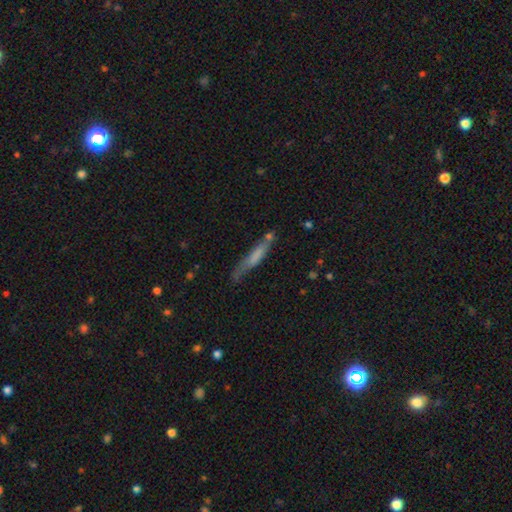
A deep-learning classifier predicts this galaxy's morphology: type=smooth (60%); roundness=cigar-shaped (91%); merging=none (58%).